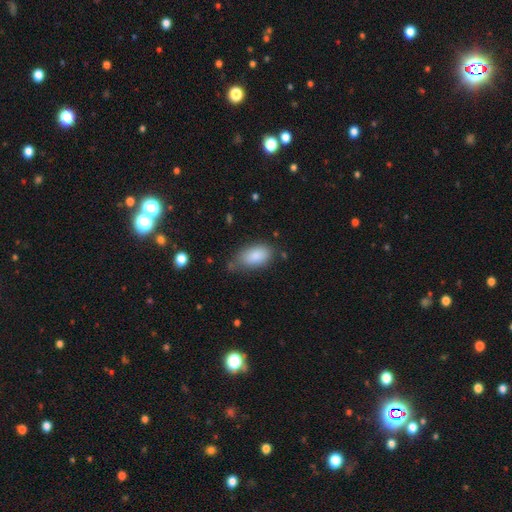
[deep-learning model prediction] This is clearly a smooth galaxy (86%). How rounded: clearly in between (93%). Merging: likely none (63%).